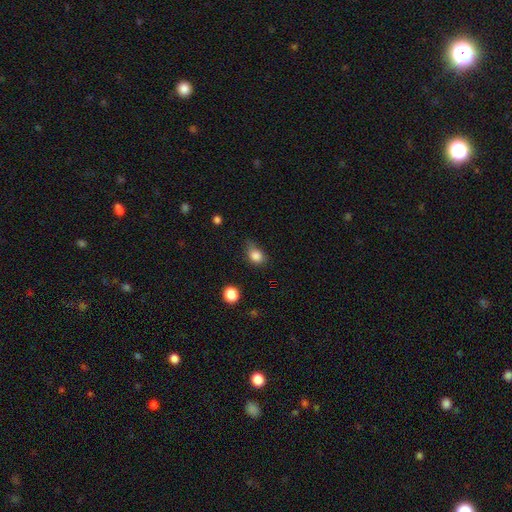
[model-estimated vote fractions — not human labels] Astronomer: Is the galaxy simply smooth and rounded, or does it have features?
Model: smooth — 83%.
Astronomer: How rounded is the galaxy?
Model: in between — 55% (runner-up: round, 44%).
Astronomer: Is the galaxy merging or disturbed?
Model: none — 49% (runner-up: minor disturbance, 38%).